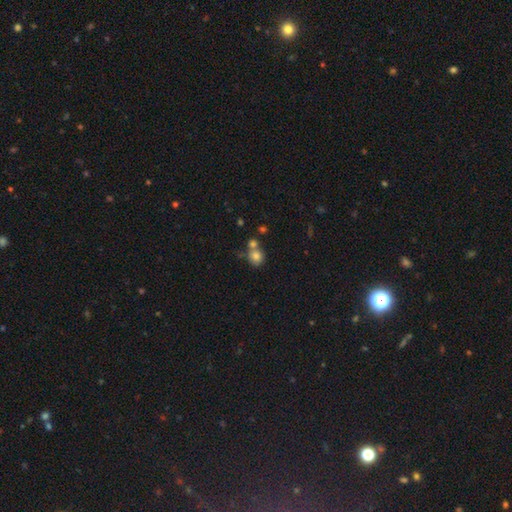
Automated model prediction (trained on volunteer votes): This is likely a smooth galaxy (80%). How rounded: likely round (80%). Merging: possibly none (52%).